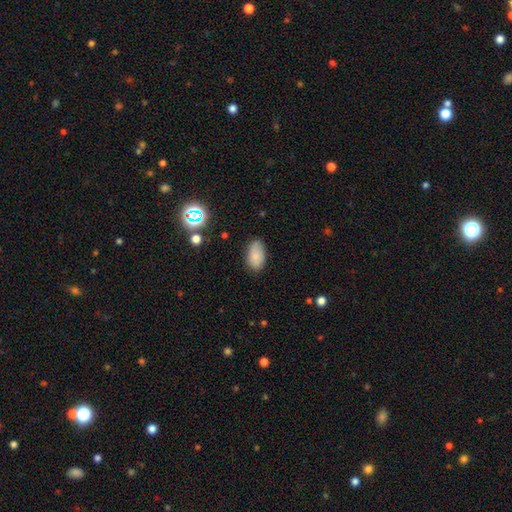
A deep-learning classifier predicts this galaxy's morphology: This is likely a smooth galaxy (80%). How rounded: clearly in between (93%). Merging: likely none (77%).